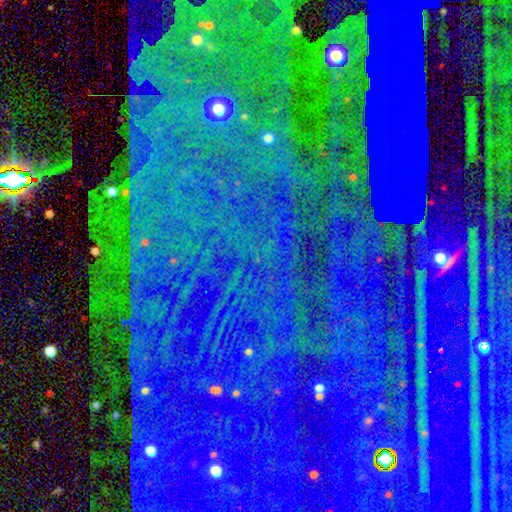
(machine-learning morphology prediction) A star or artifact, not a galaxy (84%).